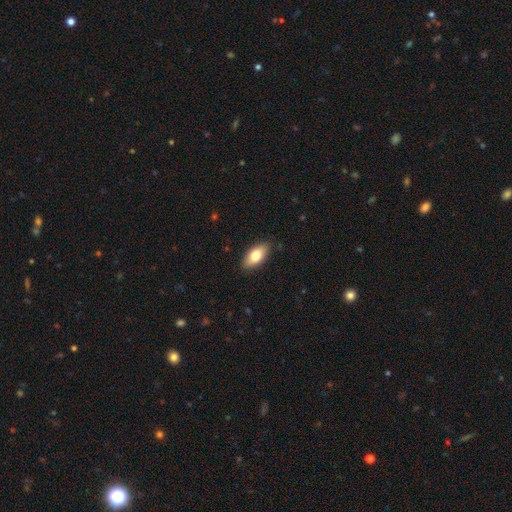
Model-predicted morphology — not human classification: smooth_or_featured: smooth (p=0.78) [alt: featured or disk p=0.16]
how_rounded: in between (p=0.89) [alt: cigar-shaped p=0.08]
merging: none (p=0.87) [alt: minor disturbance p=0.10]